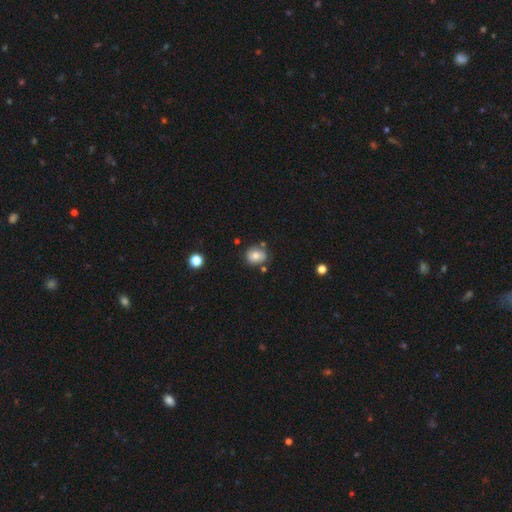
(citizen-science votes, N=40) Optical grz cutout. It shows a smooth galaxy with no disk features (80%) that is round (78%). Merging: none (74%).